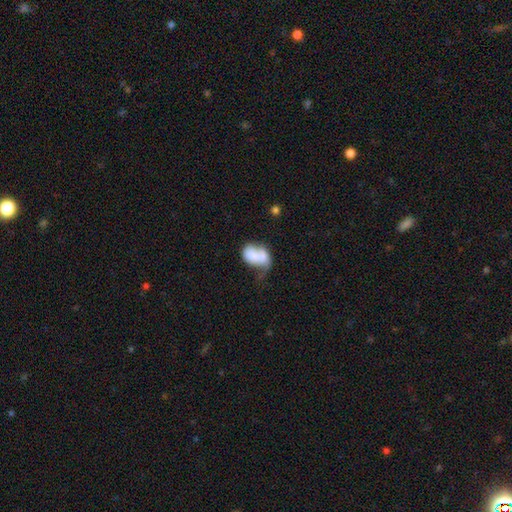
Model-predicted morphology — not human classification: smooth 68%, featured or disk 24%, star or artifact 8%. Down the decision tree: how rounded — in between (84%); merging — merger (27%, tied with major disturbance).